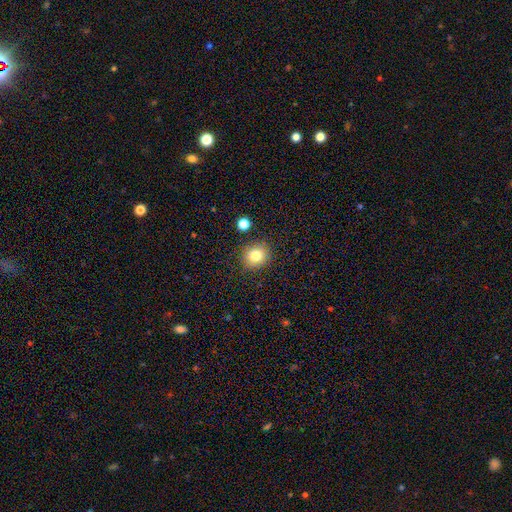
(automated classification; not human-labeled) smooth-or-featured: smooth: 80% | star or artifact: 12% | featured or disk: 8%
  how-rounded: round: 83% | in between: 16% | cigar-shaped: 1%
  merging: none: 86% | minor disturbance: 8% | merger: 3% | major disturbance: 3%